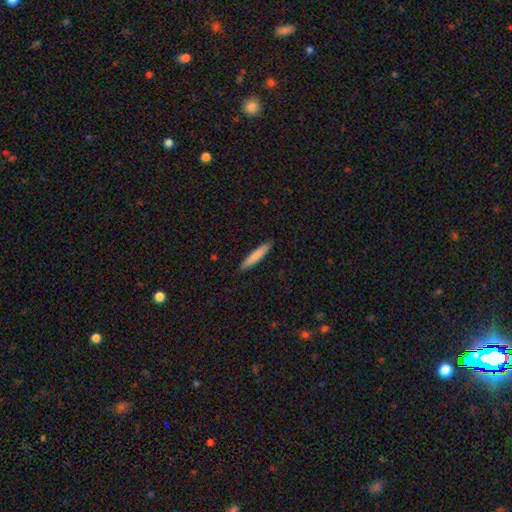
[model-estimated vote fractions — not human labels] Smooth or featured? Predicted: smooth (p=0.81). How rounded? Predicted: cigar-shaped (p=0.92). Merging? Predicted: none (p=0.91).